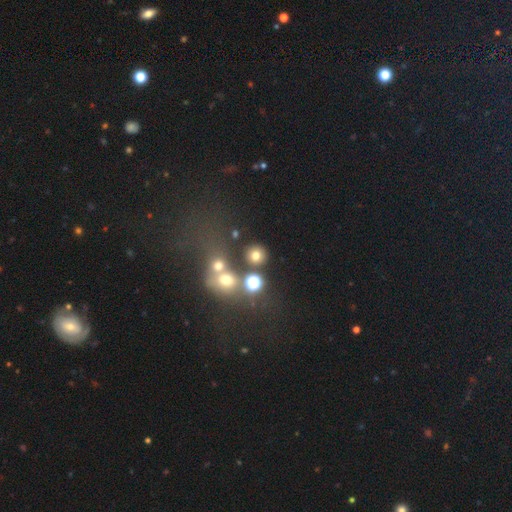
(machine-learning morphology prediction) This appears to be a smooth galaxy with no disk features (72%) that is round (90%). Merging: none (76%).